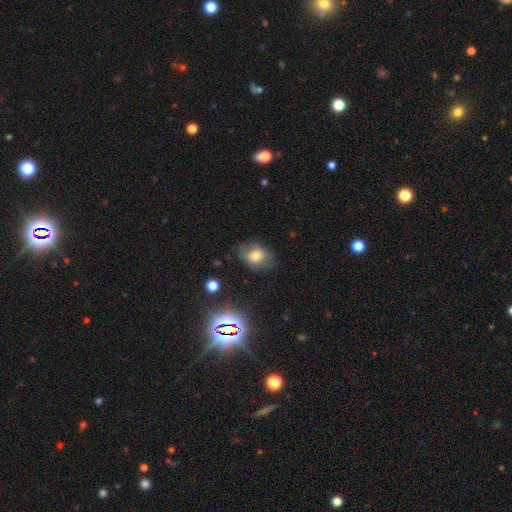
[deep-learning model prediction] Smooth or featured?
  - smooth: 69% *
  - featured or disk: 19%
  - star or artifact: 13%
How rounded?
  - in between: 71% *
  - round: 27%
  - cigar-shaped: 1%
Merging?
  - none: 67% *
  - minor disturbance: 22%
  - major disturbance: 9%
  - merger: 2%